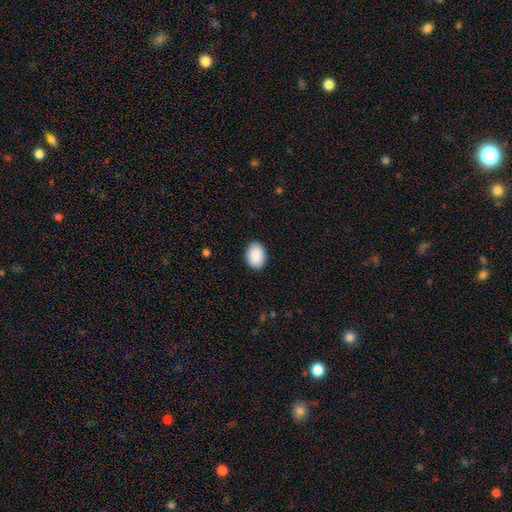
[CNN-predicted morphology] Smooth or featured?
  - smooth: 90% *
  - star or artifact: 6%
  - featured or disk: 3%
How rounded?
  - in between: 79% *
  - round: 20%
  - cigar-shaped: 1%
Merging?
  - none: 90% *
  - minor disturbance: 8%
  - major disturbance: 2%
  - merger: 1%